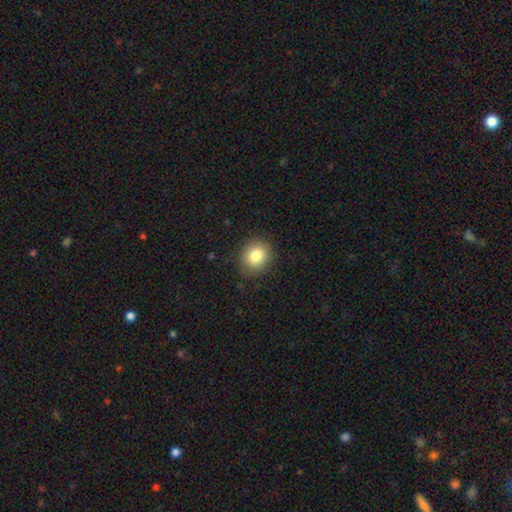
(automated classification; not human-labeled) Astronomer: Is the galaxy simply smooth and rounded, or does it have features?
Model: smooth — 83%.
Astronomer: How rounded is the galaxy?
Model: round — 75%.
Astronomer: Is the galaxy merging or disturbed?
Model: none — 87%.